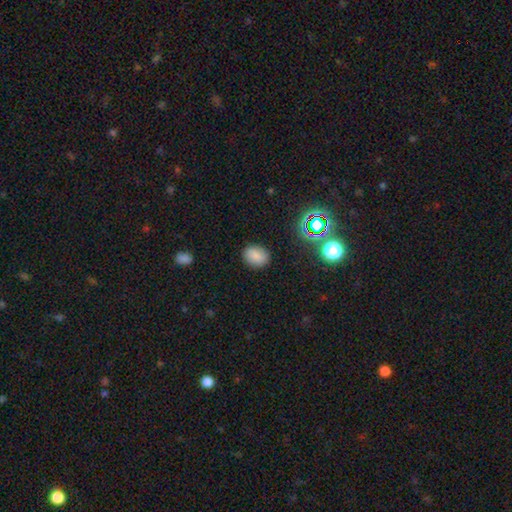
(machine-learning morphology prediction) Overall: smooth (82%). How rounded: in between (62%; round 37%). Merging: none (86%).